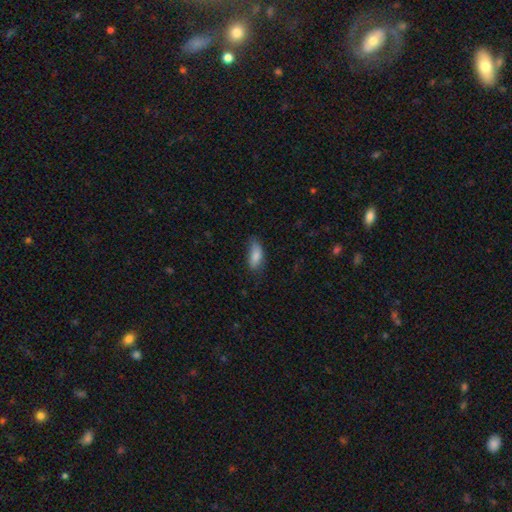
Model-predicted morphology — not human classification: Smooth or featured: smooth — 82% (featured or disk — 11%)
How rounded: in between — 83% (cigar-shaped — 15%)
Merging: none — 57% (minor disturbance — 32%)